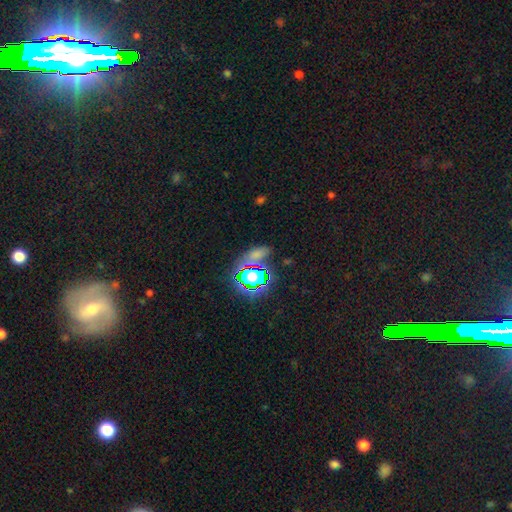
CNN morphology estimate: Smooth or featured? Predicted: star or artifact (p=0.65).